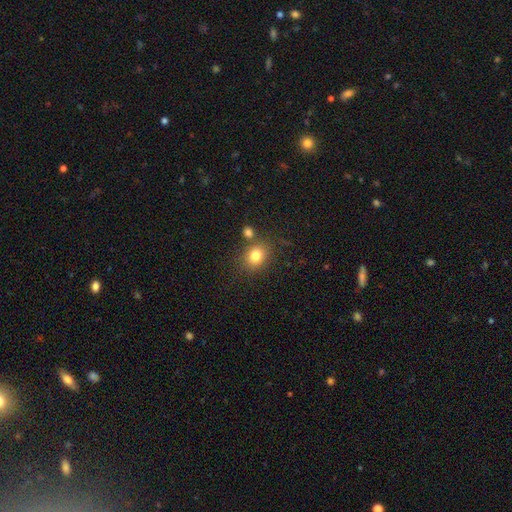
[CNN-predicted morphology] This appears to be a smooth galaxy with no disk features (80%) that is round (60%). Merging: none (72%).